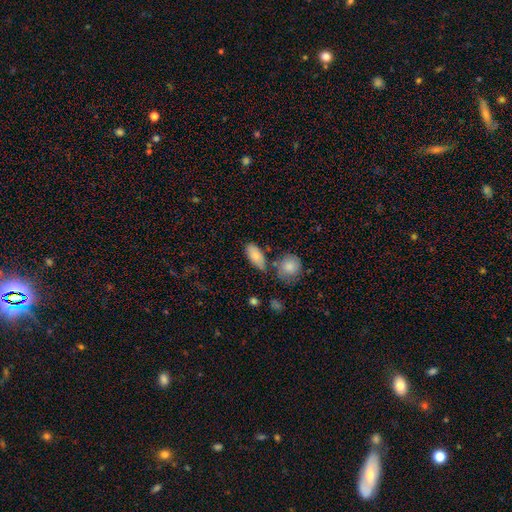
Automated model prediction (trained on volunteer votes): Smooth or featured? Predicted: smooth (p=0.85). How rounded? Predicted: in between (p=0.88). Merging? Predicted: none (p=0.67).